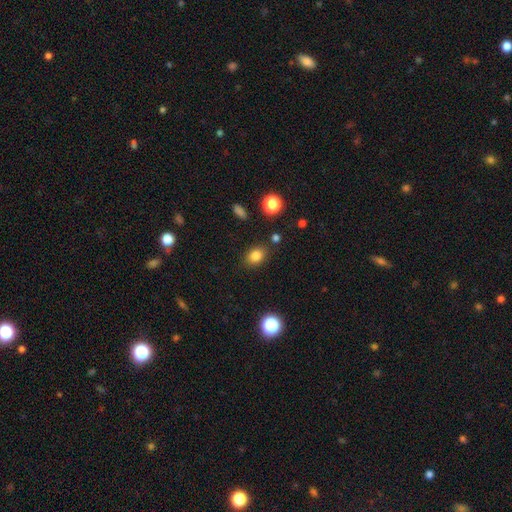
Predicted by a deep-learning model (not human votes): The model was most divided on "how rounded": in between: 63%, round: 36%, cigar-shaped: 1%. More confident: merging — none (82%); smooth or featured — smooth (82%).